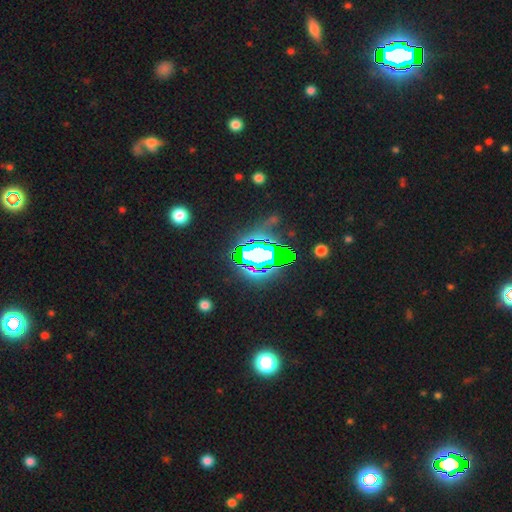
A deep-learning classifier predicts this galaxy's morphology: This is likely a star or artifact rather than a galaxy (69%).